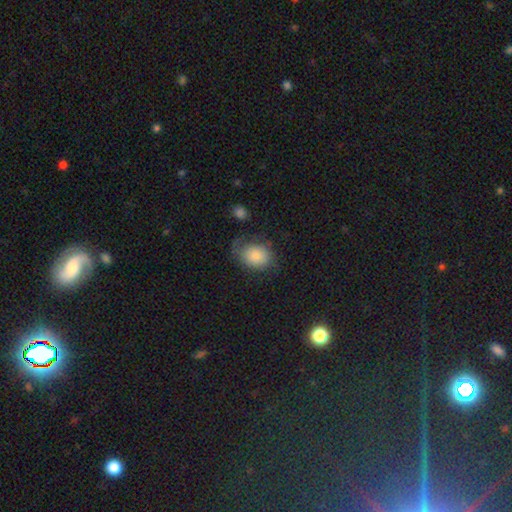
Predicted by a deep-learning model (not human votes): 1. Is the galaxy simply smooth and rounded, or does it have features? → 79% smooth, 13% featured or disk, 8% star or artifact.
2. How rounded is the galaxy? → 62% in between, 37% round, 1% cigar-shaped.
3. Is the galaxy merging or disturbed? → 48% none, 29% minor disturbance, 20% major disturbance, 3% merger.